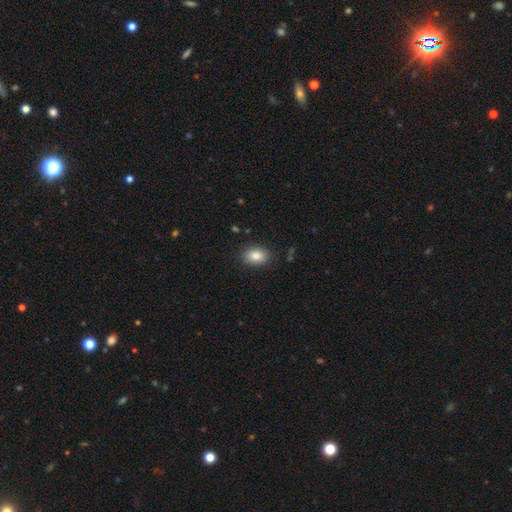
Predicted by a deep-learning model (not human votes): The model was most divided on "how rounded": in between: 78%, round: 21%, cigar-shaped: 1%. More confident: smooth or featured — smooth (86%); merging — none (85%).